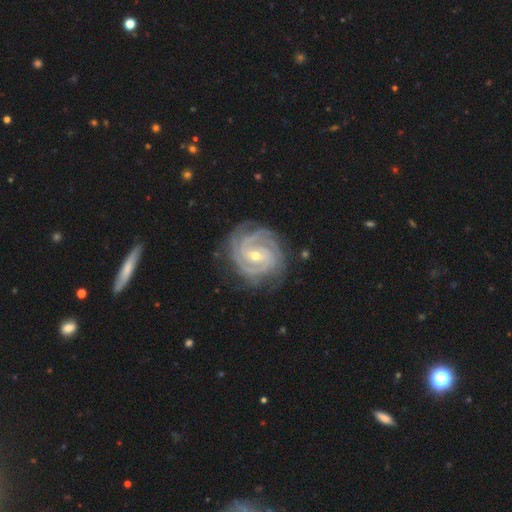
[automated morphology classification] Smooth or featured? featured or disk (93%)
Edge-on disk? no (98%)
Bar? weak (46%)
Spiral arms? yes (99%)
Spiral winding? tight (79%)
Spiral arm count? 3 (34%)
Bulge size? small (58%)
Merging? none (80%)